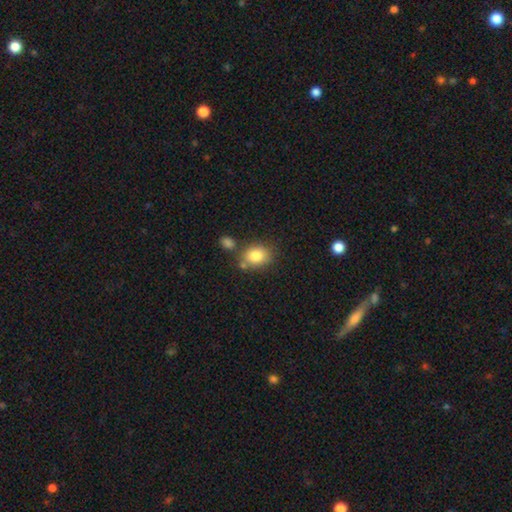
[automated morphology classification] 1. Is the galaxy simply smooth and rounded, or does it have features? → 82% smooth, 9% featured or disk, 9% star or artifact.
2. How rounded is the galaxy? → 56% in between, 43% round, 1% cigar-shaped.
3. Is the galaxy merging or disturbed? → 65% none, 15% minor disturbance, 14% merger, 5% major disturbance.